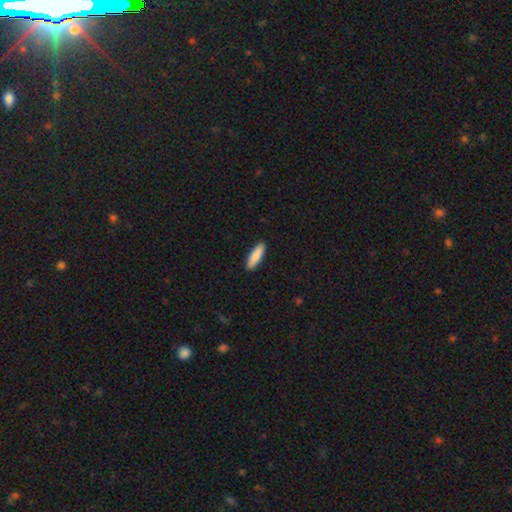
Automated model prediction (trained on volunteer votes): smooth-or-featured: smooth: 86% | featured or disk: 9% | star or artifact: 5%
  how-rounded: cigar-shaped: 63% | in between: 35% | round: 2%
  merging: none: 91% | minor disturbance: 7% | major disturbance: 1% | merger: 1%